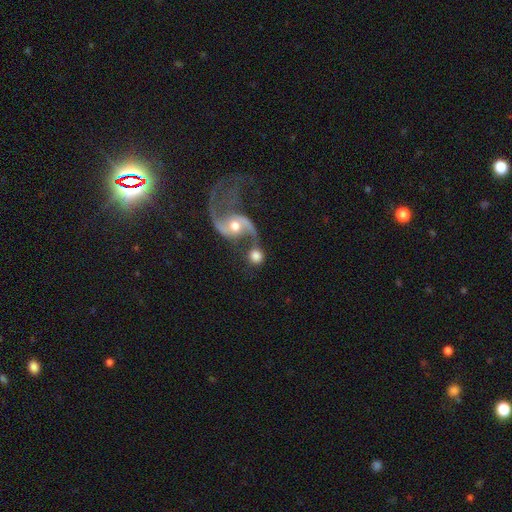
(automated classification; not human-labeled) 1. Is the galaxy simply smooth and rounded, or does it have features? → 52% smooth, 40% featured or disk, 8% star or artifact.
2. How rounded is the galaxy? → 84% round, 15% in between, 2% cigar-shaped.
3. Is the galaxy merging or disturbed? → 42% none, 39% merger, 10% minor disturbance, 8% major disturbance.